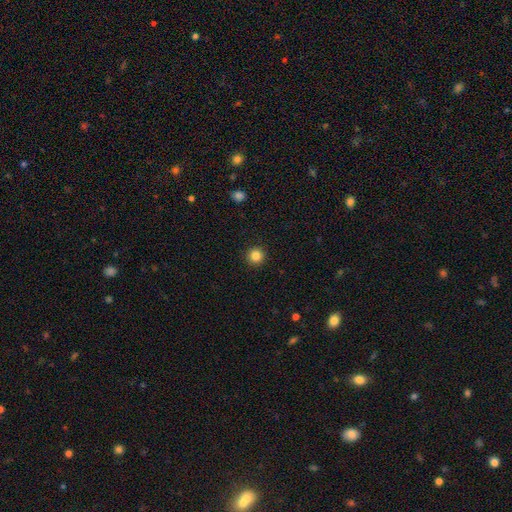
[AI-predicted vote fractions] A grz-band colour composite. It shows a smooth galaxy with no disk features (85%) that is round (96%). Merging: none (93%).